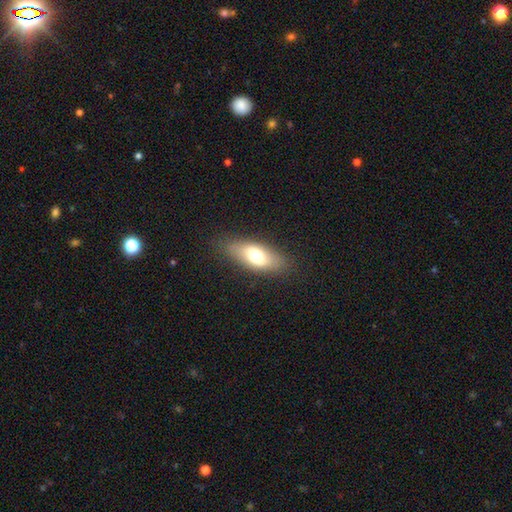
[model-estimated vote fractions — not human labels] smooth-or-featured: smooth: 67% | featured or disk: 26% | star or artifact: 7%
  how-rounded: in between: 78% | cigar-shaped: 18% | round: 4%
  merging: none: 82% | minor disturbance: 13% | major disturbance: 4% | merger: 1%